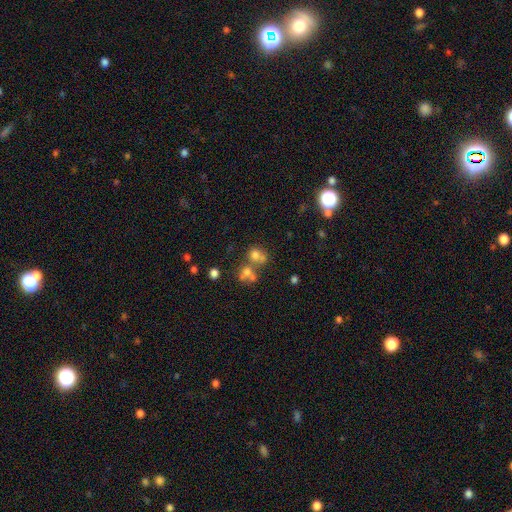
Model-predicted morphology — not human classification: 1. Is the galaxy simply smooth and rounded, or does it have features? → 63% smooth, 20% featured or disk, 17% star or artifact.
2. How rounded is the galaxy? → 73% round, 25% in between, 1% cigar-shaped.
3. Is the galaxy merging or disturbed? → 48% merger, 36% none, 9% minor disturbance, 6% major disturbance.